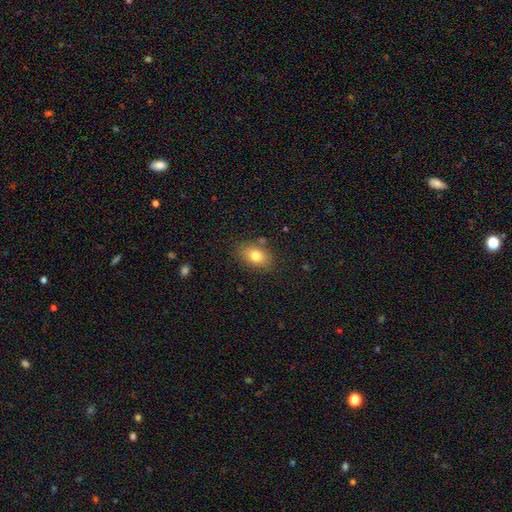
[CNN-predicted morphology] This appears to be a smooth galaxy with no disk features (79%) that is in between round and cigar-shaped (82%). Merging: none (79%).